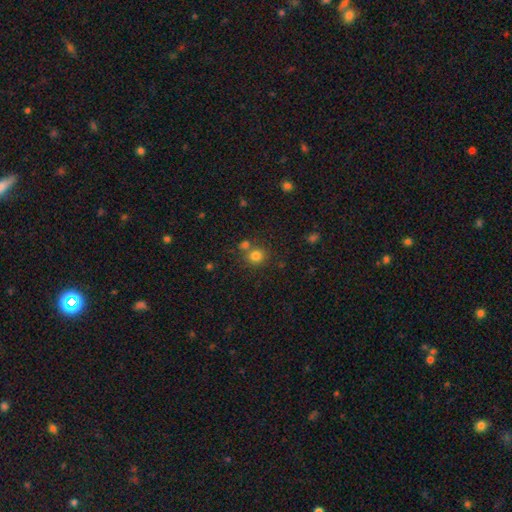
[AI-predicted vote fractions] Smooth or featured? smooth (80%)
How rounded? round (85%)
Merging? none (66%)